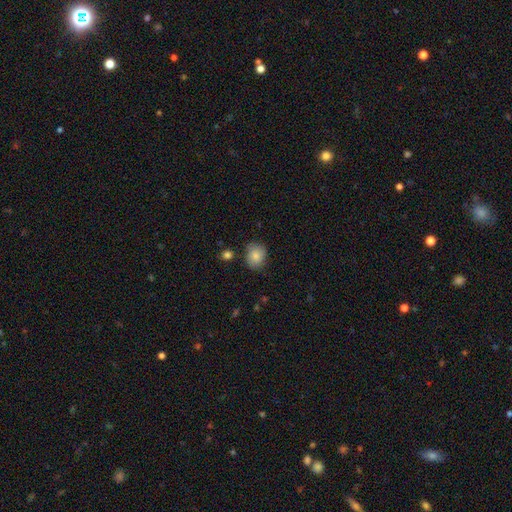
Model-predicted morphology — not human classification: This is likely a smooth galaxy (79%). How rounded: possibly round (59%). Merging: likely none (75%).